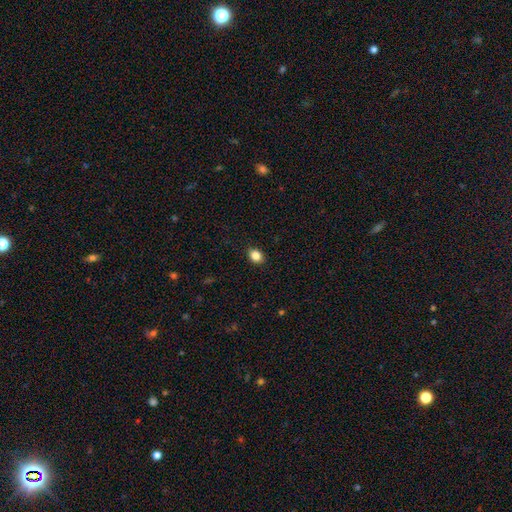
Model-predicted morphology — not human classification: Q: Smooth or featured?
A: smooth (85%); runner-up: star or artifact (10%)
Q: How rounded?
A: in between (62%); runner-up: round (37%)
Q: Merging?
A: none (89%); runner-up: minor disturbance (8%)